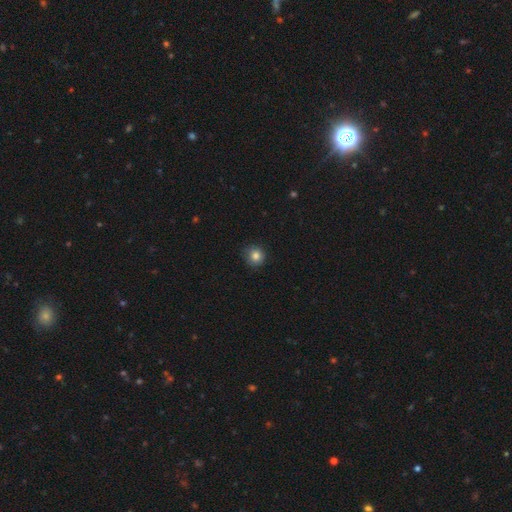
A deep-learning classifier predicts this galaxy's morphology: A smooth galaxy with no disk features (83%) that is round (92%). Merging: none (84%).